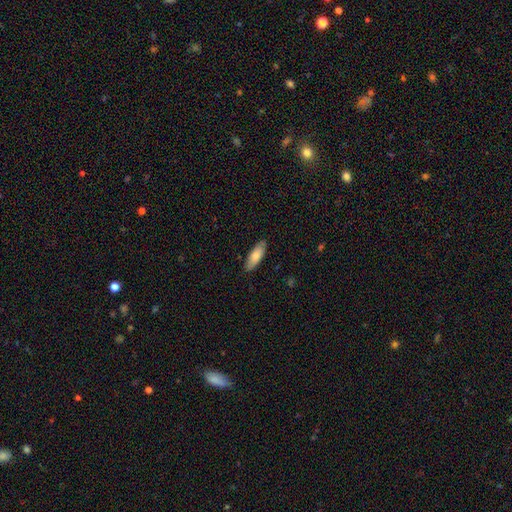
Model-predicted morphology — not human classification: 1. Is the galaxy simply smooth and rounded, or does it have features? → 77% smooth, 18% featured or disk, 6% star or artifact.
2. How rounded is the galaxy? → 59% in between, 39% cigar-shaped, 2% round.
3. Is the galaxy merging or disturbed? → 87% none, 10% minor disturbance, 2% major disturbance, 1% merger.